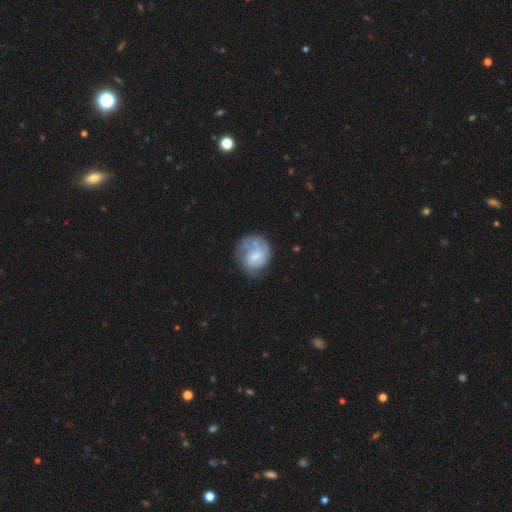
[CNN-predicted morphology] Smooth or featured? smooth (47%)
Merging? none (47%)